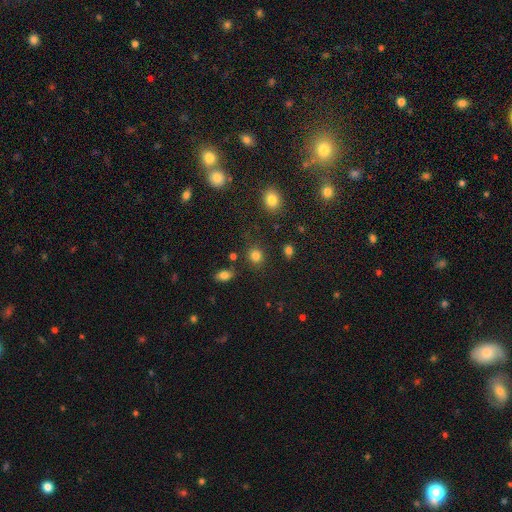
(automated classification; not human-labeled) Morphology: type=smooth (83%); roundness=round (79%); merging=none (83%).